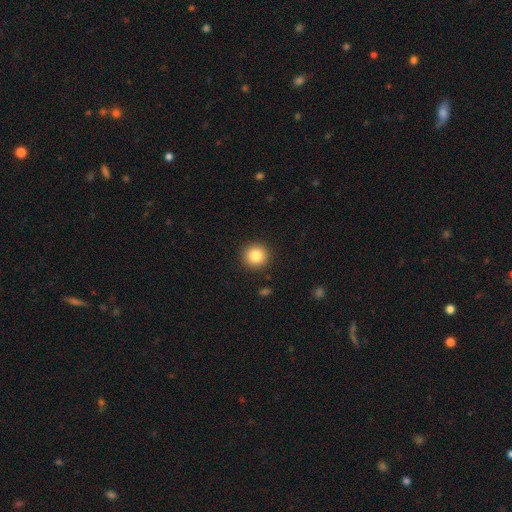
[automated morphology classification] smooth-or-featured: smooth: 84% | star or artifact: 10% | featured or disk: 7%
  how-rounded: round: 95% | in between: 4% | cigar-shaped: 1%
  merging: none: 92% | minor disturbance: 5% | major disturbance: 2% | merger: 1%